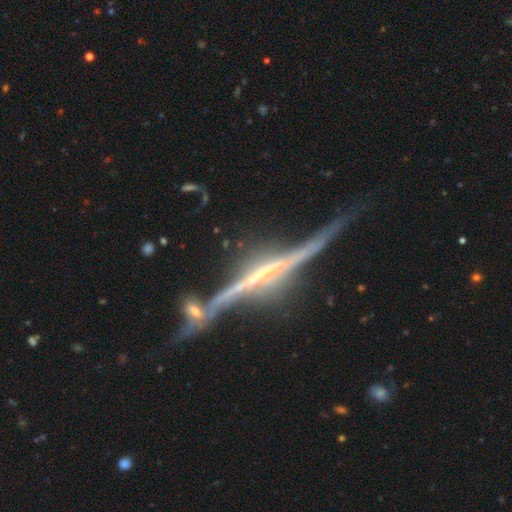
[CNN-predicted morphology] featured or disk 88%, star or artifact 6%, smooth 5%. Down the decision tree: edge-on disk — yes (95%); edge-on bulge — none (42%); merging — none (56%).